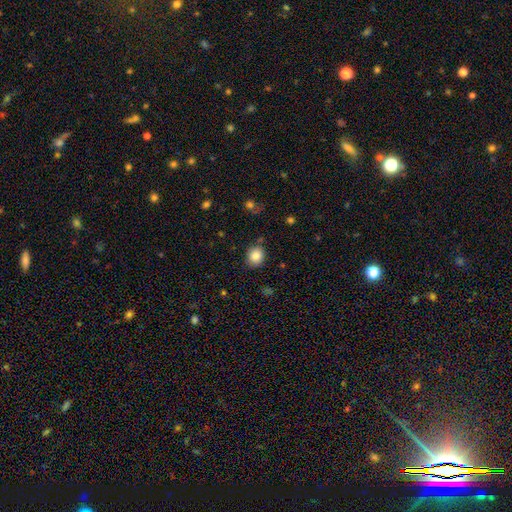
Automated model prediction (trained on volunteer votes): The model was most divided on "how rounded": round: 73%, in between: 26%, cigar-shaped: 1%. More confident: smooth or featured — smooth (85%); merging — none (82%).